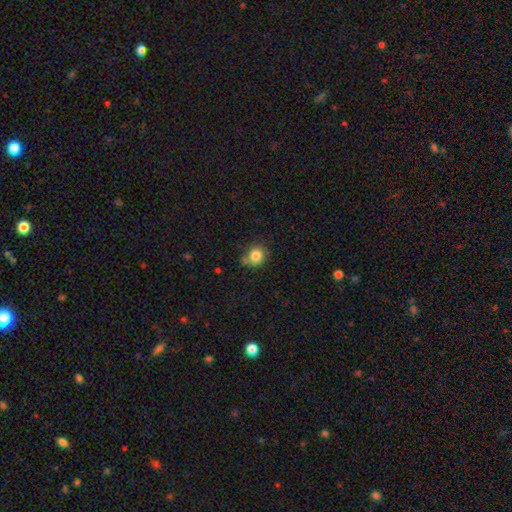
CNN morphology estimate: smooth 83%, star or artifact 10%, featured or disk 6%. Down the decision tree: how rounded — round (79%); merging — none (69%).